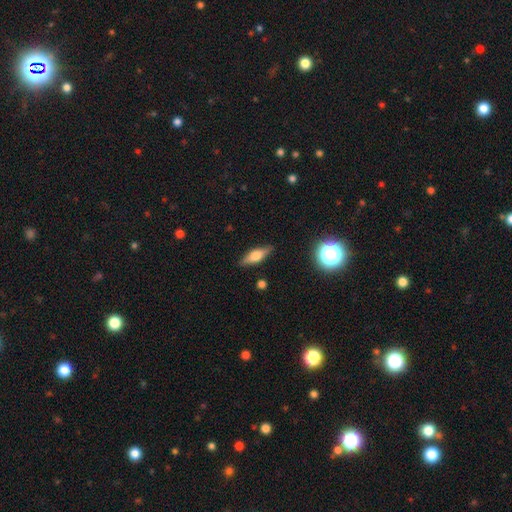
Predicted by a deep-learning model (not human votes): smooth-or-featured: smooth: 50% | featured or disk: 42% | star or artifact: 8%
  how-rounded: in between: 53% | cigar-shaped: 43% | round: 4%
  merging: none: 86% | minor disturbance: 10% | major disturbance: 2% | merger: 1%